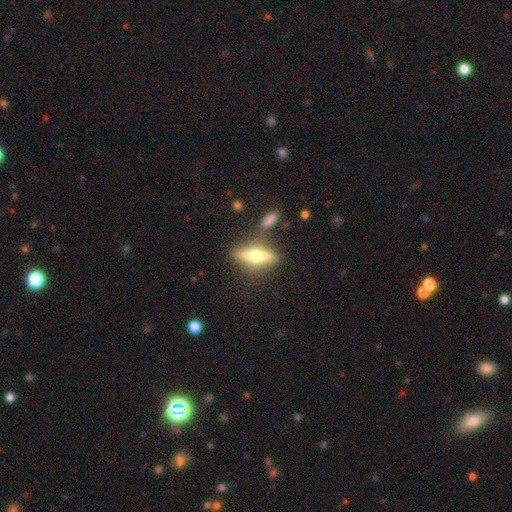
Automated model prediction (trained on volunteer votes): The model was most divided on "smooth or featured": featured or disk: 63%, smooth: 30%, star or artifact: 7%. More confident: edge-on bulge — rounded (94%); edge-on disk — yes (91%); merging — none (72%).